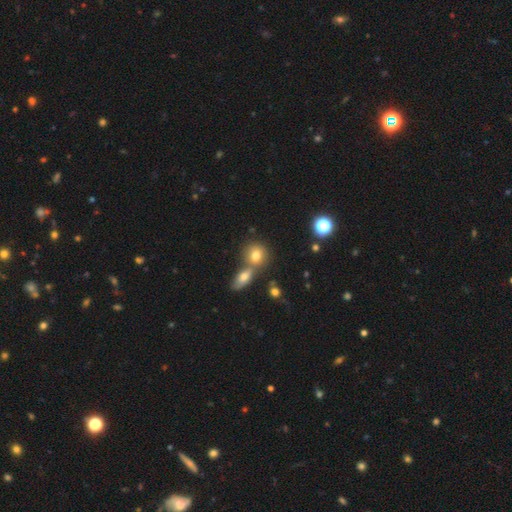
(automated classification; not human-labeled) A smooth galaxy with no disk features (75%) that is round (75%).

Vote fractions:
- Smooth or featured? smooth: 75% / star or artifact: 13% / featured or disk: 12%
- How rounded? round: 75% / in between: 23% / cigar-shaped: 2%
- Merging? none: 50% / merger: 38% / minor disturbance: 9% / major disturbance: 3%